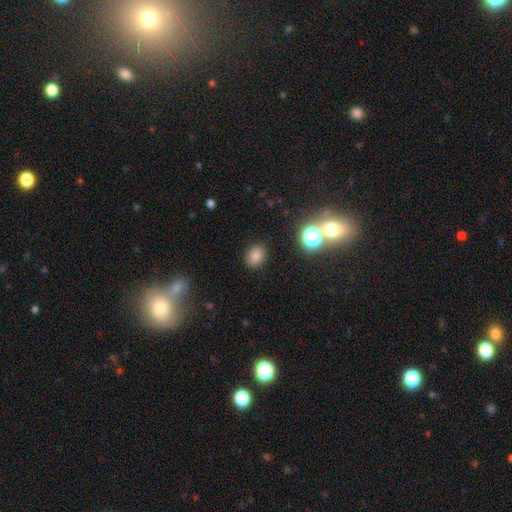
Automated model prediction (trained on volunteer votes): Smooth or featured: smooth — 80% (star or artifact — 15%)
How rounded: in between — 50% (round — 49%)
Merging: none — 87% (minor disturbance — 9%)